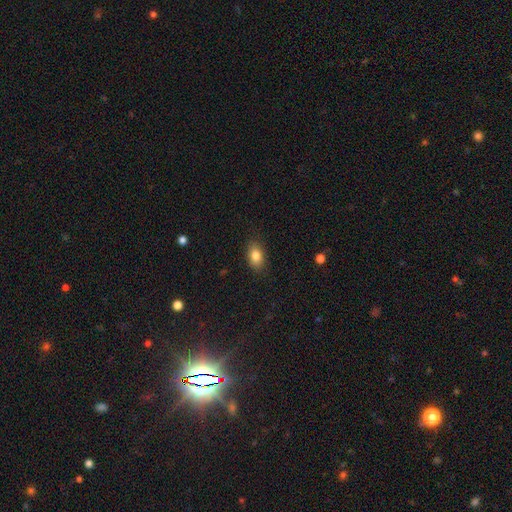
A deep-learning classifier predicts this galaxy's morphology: Q: Smooth or featured?
A: smooth (83%); runner-up: star or artifact (9%)
Q: How rounded?
A: in between (87%); runner-up: round (11%)
Q: Merging?
A: none (87%); runner-up: minor disturbance (10%)